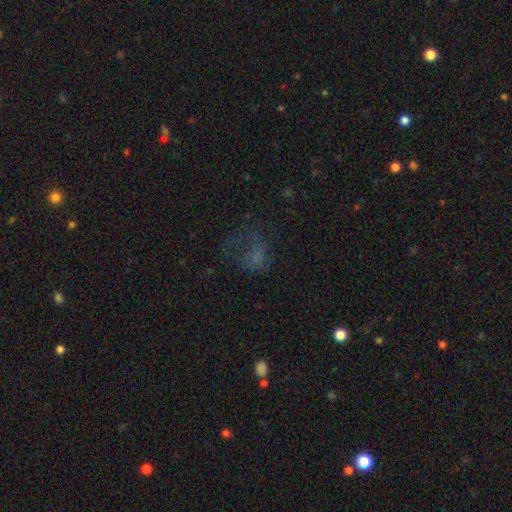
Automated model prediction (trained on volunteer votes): smooth-or-featured: smooth: 45% | featured or disk: 30% | star or artifact: 25%
  merging: major disturbance: 50% | none: 30% | minor disturbance: 16% | merger: 4%